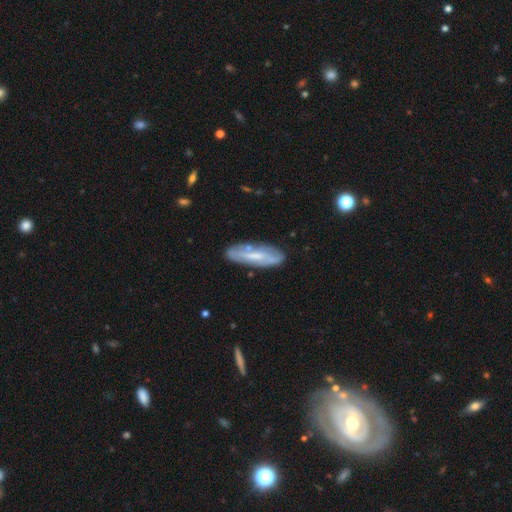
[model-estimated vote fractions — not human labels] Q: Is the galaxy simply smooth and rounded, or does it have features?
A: featured or disk — 54%.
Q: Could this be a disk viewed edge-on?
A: no — 68%.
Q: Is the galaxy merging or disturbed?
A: none — 76%.